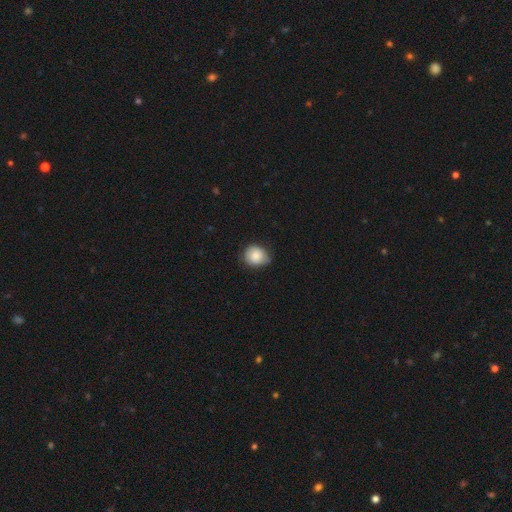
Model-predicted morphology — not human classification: type=smooth (84%); roundness=round (69%); merging=none (61%).